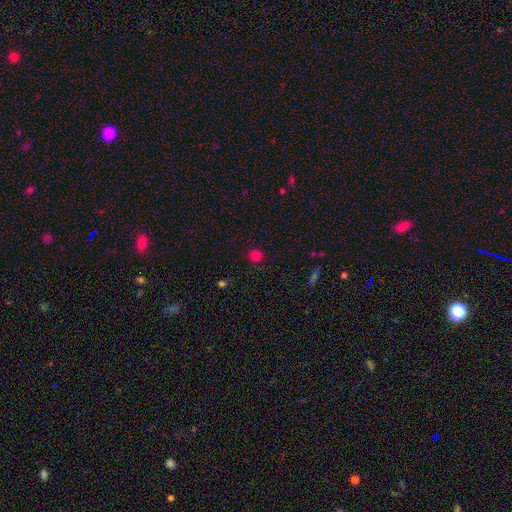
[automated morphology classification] The model was most divided on "smooth or featured": smooth: 80%, star or artifact: 16%, featured or disk: 4%. More confident: how rounded — round (93%); merging — none (91%).